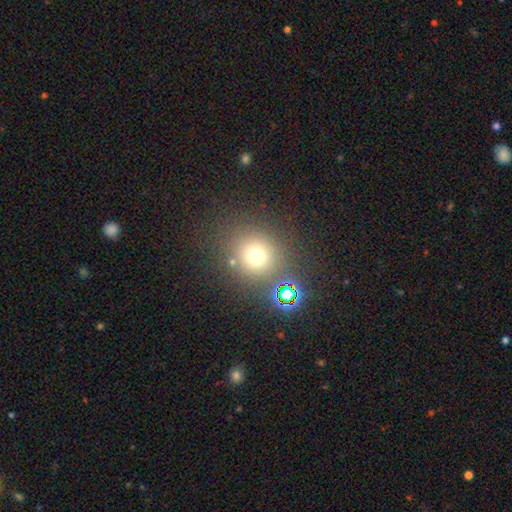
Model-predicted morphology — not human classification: Smooth or featured? smooth (68%)
How rounded? round (90%)
Merging? none (78%)